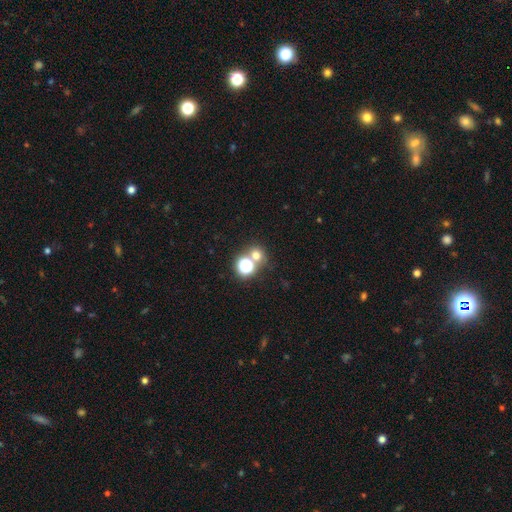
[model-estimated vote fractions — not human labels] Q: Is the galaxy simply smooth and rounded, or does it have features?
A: smooth — 63%.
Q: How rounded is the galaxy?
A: round — 83%.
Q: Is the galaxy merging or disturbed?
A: none — 59%.